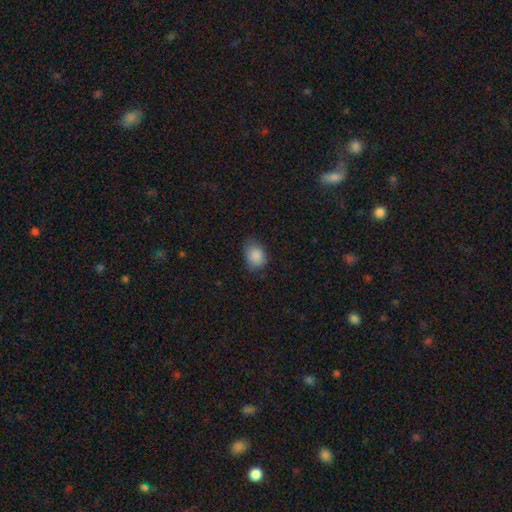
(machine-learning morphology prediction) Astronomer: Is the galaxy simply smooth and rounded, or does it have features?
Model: smooth — 87%.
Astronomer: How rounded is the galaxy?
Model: in between — 66%.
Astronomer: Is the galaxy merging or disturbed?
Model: none — 67%.